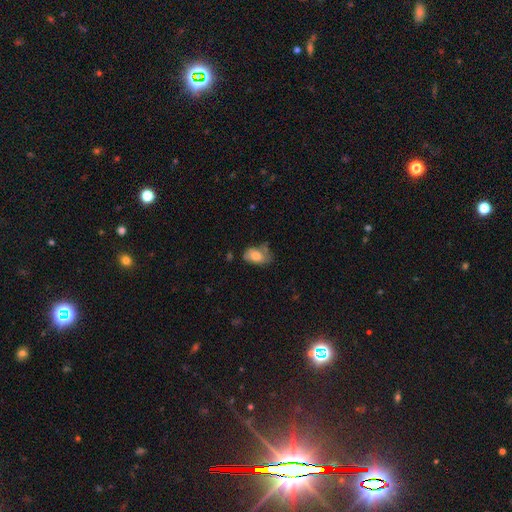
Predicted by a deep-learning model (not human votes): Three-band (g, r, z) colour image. It shows a smooth galaxy with no disk features (73%) that is in between round and cigar-shaped (88%). Merging: none (46%).